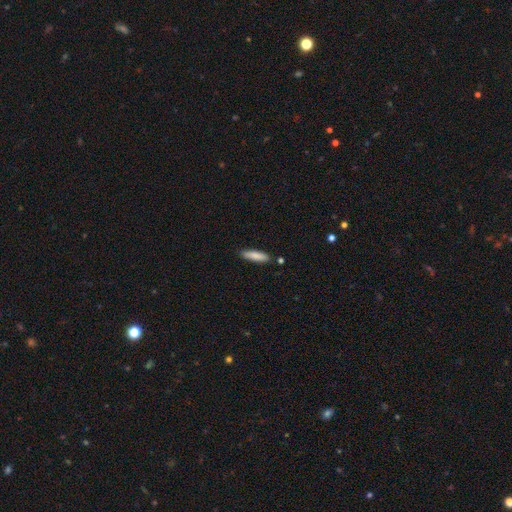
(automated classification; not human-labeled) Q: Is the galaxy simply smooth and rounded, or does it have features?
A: smooth — 83%.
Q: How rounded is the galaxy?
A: cigar-shaped — 75%.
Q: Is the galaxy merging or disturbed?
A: none — 85%.